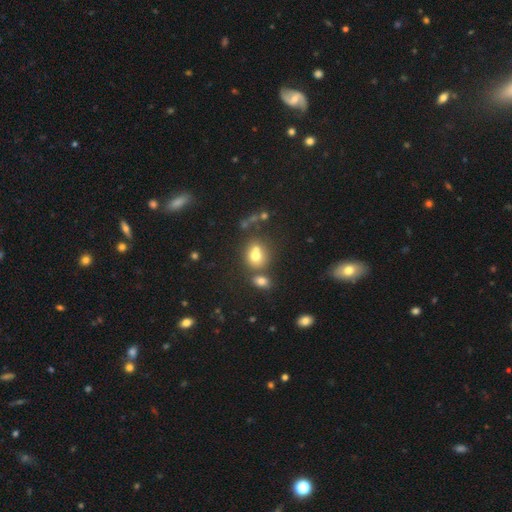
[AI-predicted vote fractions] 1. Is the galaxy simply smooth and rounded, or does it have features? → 69% smooth, 17% featured or disk, 14% star or artifact.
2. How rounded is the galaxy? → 67% round, 32% in between, 1% cigar-shaped.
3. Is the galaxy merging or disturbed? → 45% merger, 39% none, 10% minor disturbance, 5% major disturbance.